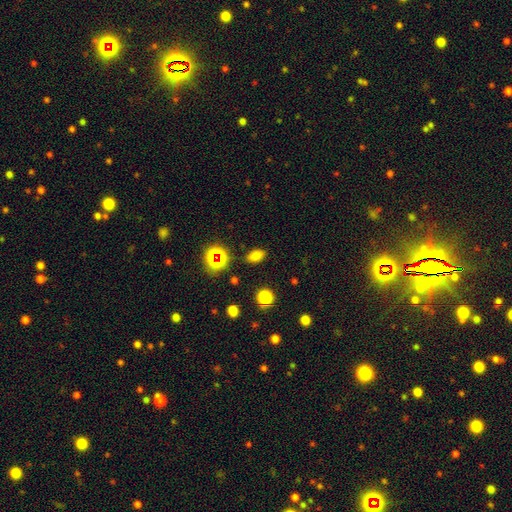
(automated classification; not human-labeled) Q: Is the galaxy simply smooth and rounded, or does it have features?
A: smooth — 71%.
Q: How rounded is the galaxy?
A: in between — 83%.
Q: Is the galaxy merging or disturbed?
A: none — 85%.